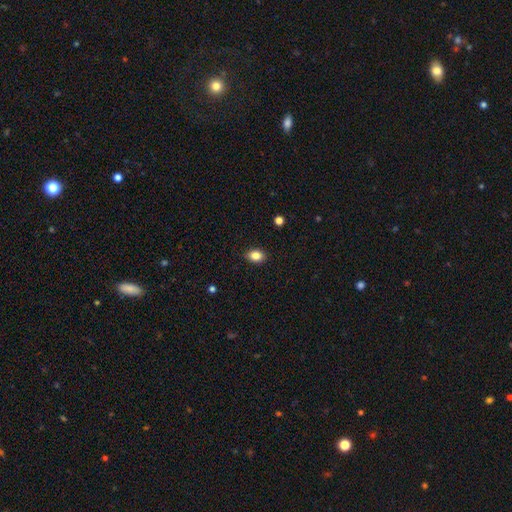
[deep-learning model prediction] Morphology: type=smooth (85%); roundness=in between (72%); merging=none (89%).